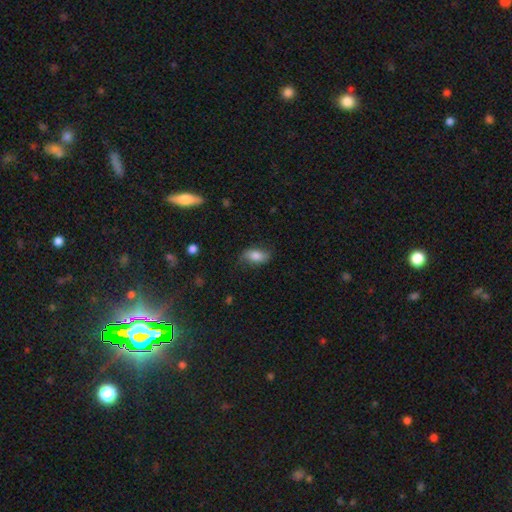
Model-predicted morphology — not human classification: Q: Smooth or featured?
A: smooth (74%); runner-up: featured or disk (18%)
Q: How rounded?
A: in between (88%); runner-up: round (6%)
Q: Merging?
A: none (71%); runner-up: minor disturbance (21%)